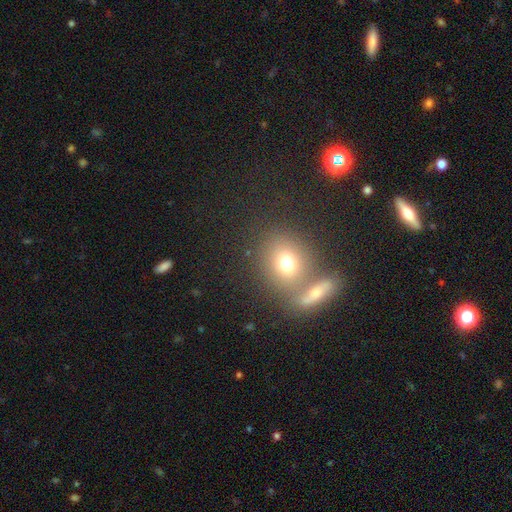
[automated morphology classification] type=smooth (60%); roundness=round (70%); merging=none (51%).